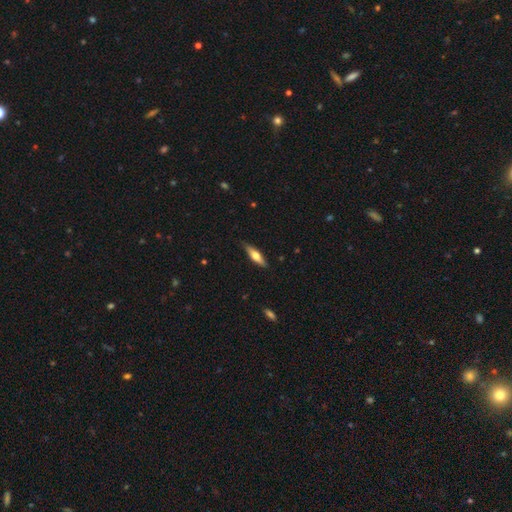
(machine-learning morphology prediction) smooth_or_featured: smooth (p=0.52) [alt: featured or disk p=0.43]
how_rounded: cigar-shaped (p=0.65) [alt: in between p=0.33]
merging: none (p=0.85) [alt: minor disturbance p=0.12]